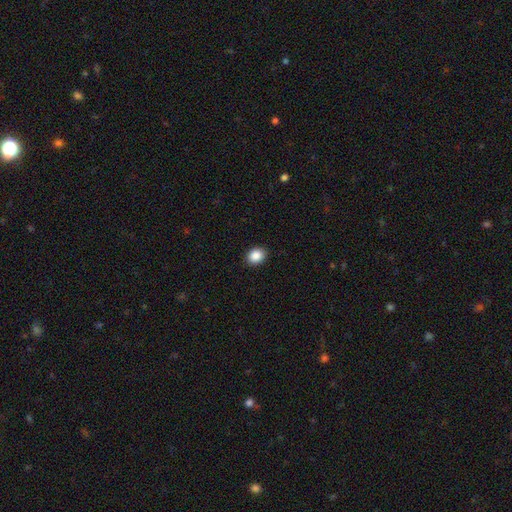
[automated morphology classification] A smooth galaxy with no disk features (88%) that is round (54%).

Vote fractions:
- Smooth or featured? smooth: 88% / star or artifact: 9% / featured or disk: 4%
- How rounded? round: 54% / in between: 45% / cigar-shaped: 1%
- Merging? none: 91% / minor disturbance: 6% / major disturbance: 2% / merger: 1%